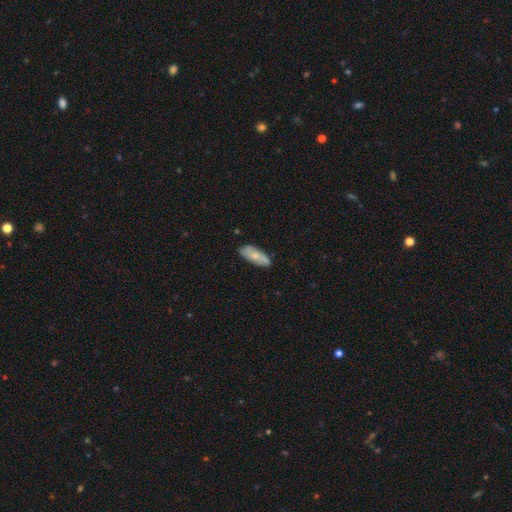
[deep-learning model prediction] Morphology: type=smooth (65%); roundness=in between (76%); merging=none (75%).